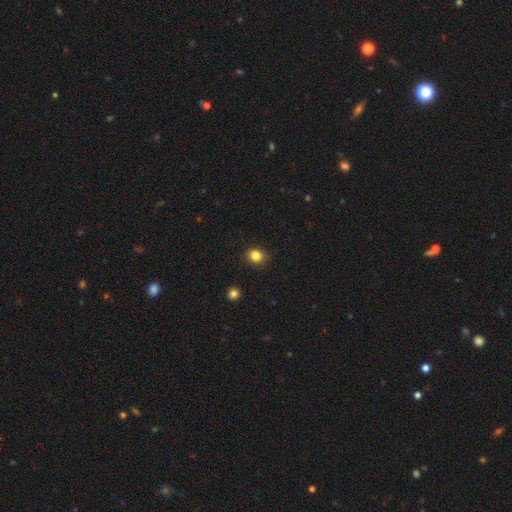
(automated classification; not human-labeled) smooth_or_featured: smooth (p=0.83) [alt: star or artifact p=0.12]
how_rounded: round (p=0.83) [alt: in between p=0.16]
merging: none (p=0.90) [alt: minor disturbance p=0.07]